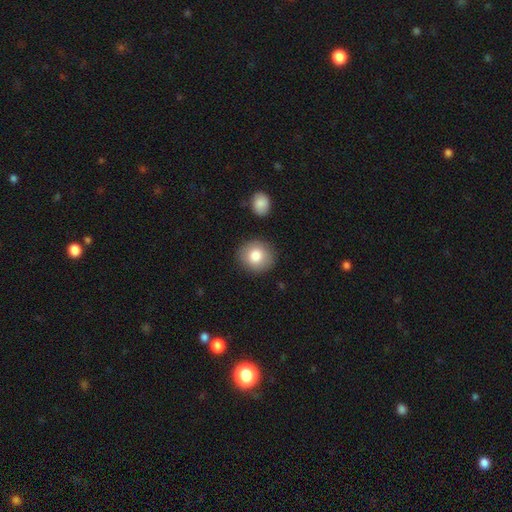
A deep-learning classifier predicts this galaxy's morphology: Smooth or featured?
  - smooth: 83% *
  - featured or disk: 9%
  - star or artifact: 8%
How rounded?
  - round: 84% *
  - in between: 15%
  - cigar-shaped: 1%
Merging?
  - none: 86% *
  - minor disturbance: 9%
  - merger: 3%
  - major disturbance: 3%